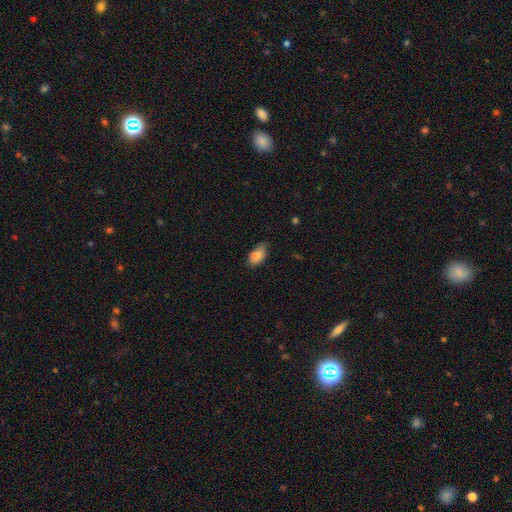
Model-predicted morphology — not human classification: Smooth or featured: smooth — 83% (featured or disk — 9%)
How rounded: in between — 91% (round — 5%)
Merging: none — 69% (minor disturbance — 25%)